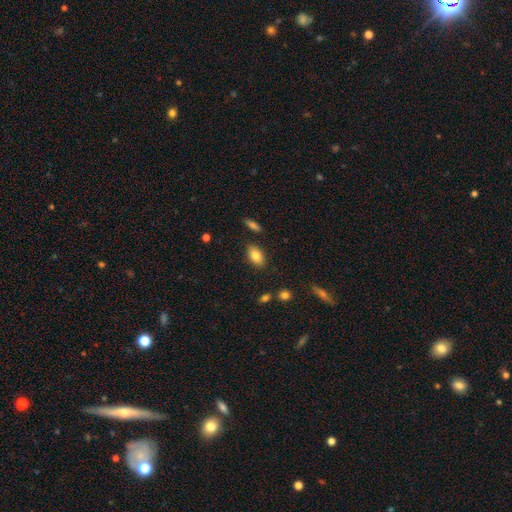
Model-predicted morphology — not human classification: This is clearly a smooth galaxy (83%). How rounded: clearly in between (90%). Merging: clearly none (83%).